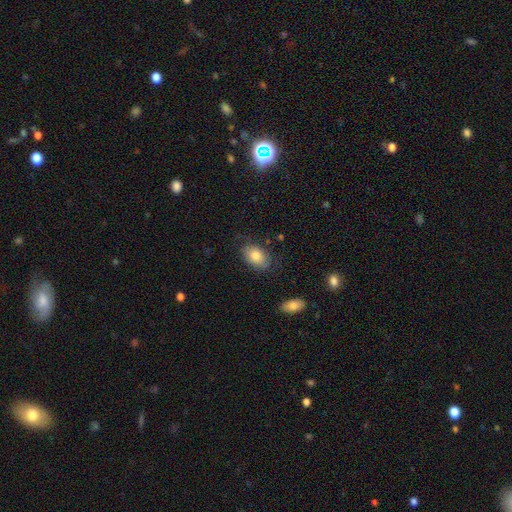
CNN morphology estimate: A smooth galaxy with no disk features (80%) that is in between round and cigar-shaped (85%). Merging: none (73%).